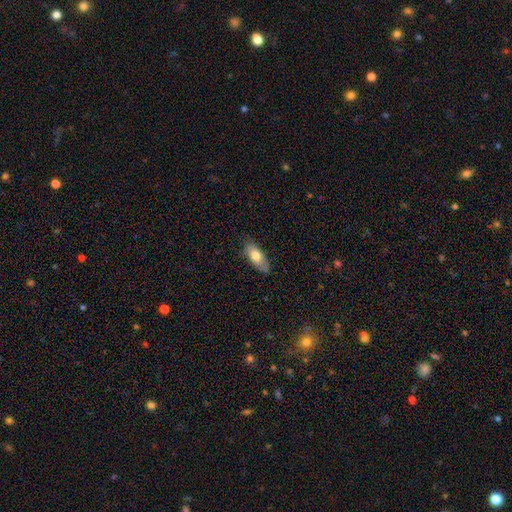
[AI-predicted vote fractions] This appears to be a smooth galaxy with no disk features (74%) that is in between round and cigar-shaped (84%). Merging: none (74%).